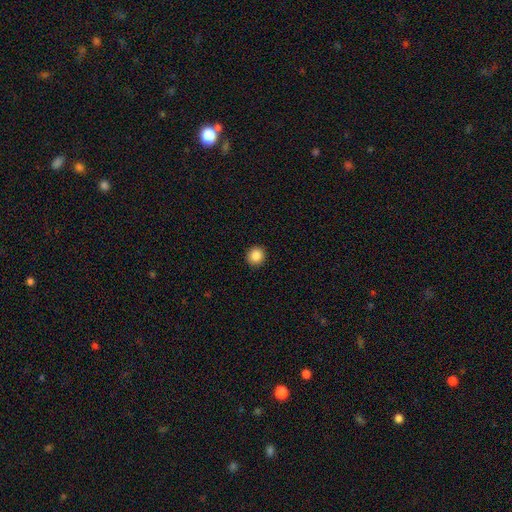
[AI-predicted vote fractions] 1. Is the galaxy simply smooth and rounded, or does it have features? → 87% smooth, 9% star or artifact, 4% featured or disk.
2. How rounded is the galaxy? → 92% round, 7% in between, 1% cigar-shaped.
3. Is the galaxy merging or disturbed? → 93% none, 4% minor disturbance, 1% major disturbance, 1% merger.